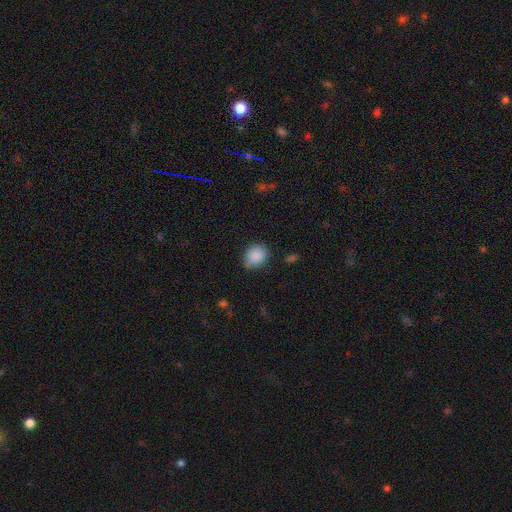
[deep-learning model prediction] Smooth or featured? Predicted: smooth (p=0.88). How rounded? Predicted: round (p=0.60). Merging? Predicted: none (p=0.74).